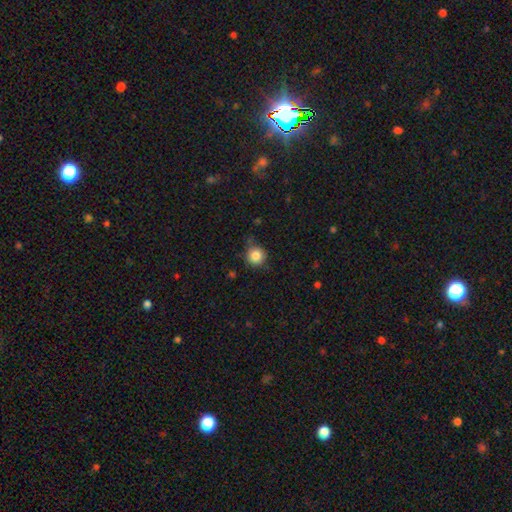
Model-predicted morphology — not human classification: Smooth or featured?
  - smooth: 84% *
  - star or artifact: 11%
  - featured or disk: 6%
How rounded?
  - round: 93% *
  - in between: 6%
  - cigar-shaped: 1%
Merging?
  - none: 76% *
  - minor disturbance: 17%
  - major disturbance: 4%
  - merger: 2%